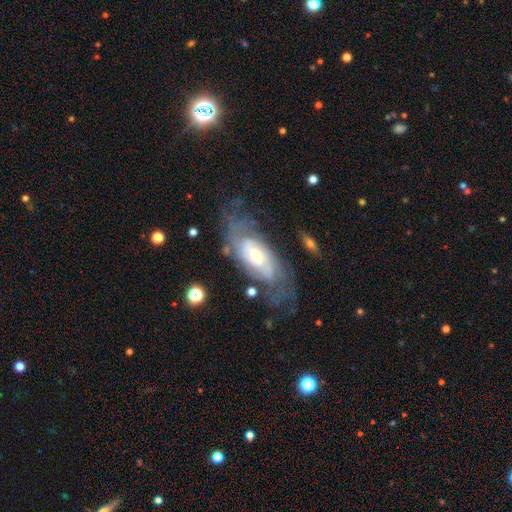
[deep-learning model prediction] A featured or disk galaxy (79%) with no bar (52%), tight (60%) spiral arms (89%) and a moderate central bulge (49%).

Vote fractions:
- Smooth or featured? featured or disk: 79% / smooth: 15% / star or artifact: 6%
- Edge-on disk? no: 89% / yes: 11%
- Bar? no: 52% / weak: 38% / strong: 10%
- Spiral arms? yes: 89% / no: 11%
- Spiral winding? tight: 60% / medium: 31% / loose: 9%
- Spiral arm count? can't tell: 52% / 2: 27% / 3: 9% / 4: 5% / 1: 4% / more than 4: 3%
- Bulge size? moderate: 49% / small: 39% / large: 9% / none: 2% / dominant: 1%
- Merging? none: 60% / minor disturbance: 22% / major disturbance: 15% / merger: 3%